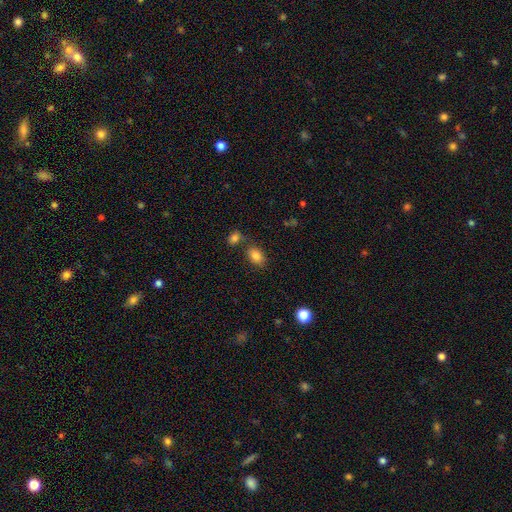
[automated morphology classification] Smooth or featured? Predicted: smooth (p=0.84). How rounded? Predicted: in between (p=0.84). Merging? Predicted: none (p=0.67).